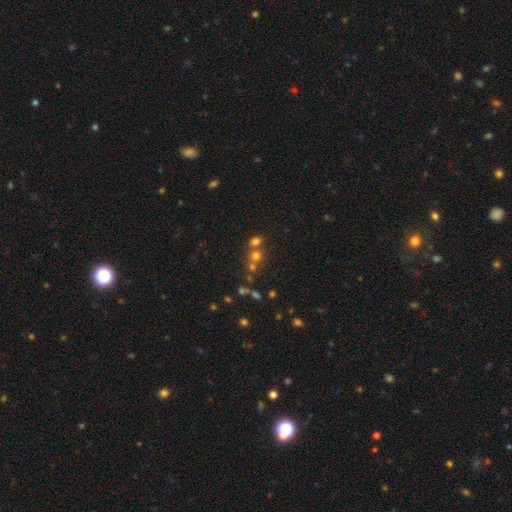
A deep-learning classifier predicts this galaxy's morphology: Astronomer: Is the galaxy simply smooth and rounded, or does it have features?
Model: smooth — 60%.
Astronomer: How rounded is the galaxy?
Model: round — 84%.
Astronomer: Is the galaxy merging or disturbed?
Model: none — 46% (runner-up: merger, 44%).